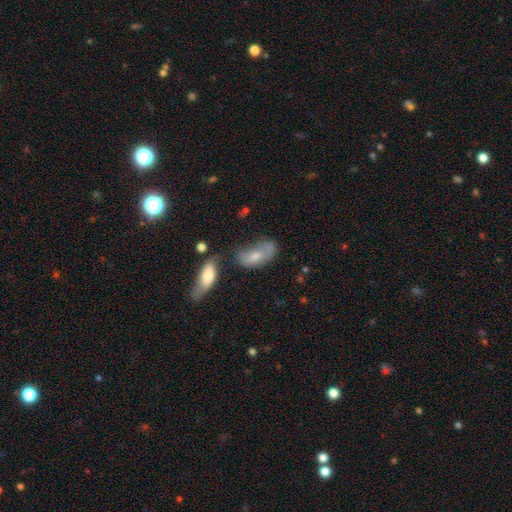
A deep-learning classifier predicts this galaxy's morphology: smooth 62%, featured or disk 29%, star or artifact 9%. Down the decision tree: how rounded — in between (88%); merging — none (28%, tied with minor disturbance).